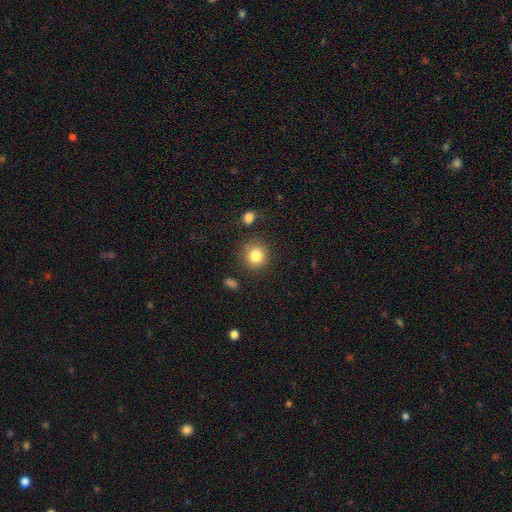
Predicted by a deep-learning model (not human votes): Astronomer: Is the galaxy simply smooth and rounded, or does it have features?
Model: smooth — 83%.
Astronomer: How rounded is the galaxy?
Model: round — 90%.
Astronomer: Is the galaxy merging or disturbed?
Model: none — 84%.